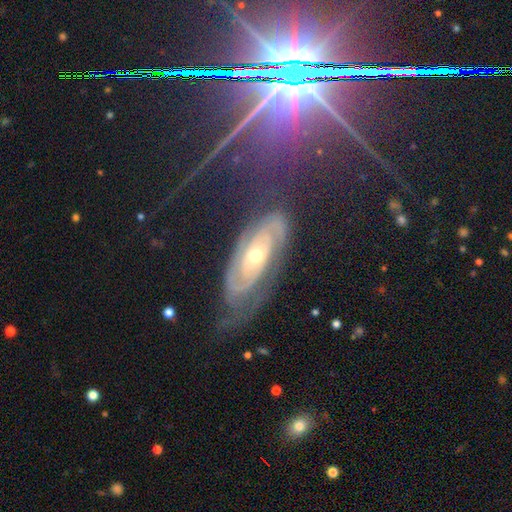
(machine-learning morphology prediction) Overall: featured or disk (80%). Edge-on disk: no (89%). Bar: no (67%). Spiral arms: yes (93%). Spiral arm count: 2 (48%; can't tell 32%). Spiral winding: tight (72%). Bulge size: small (53%; moderate 44%). Merging: none (73%).